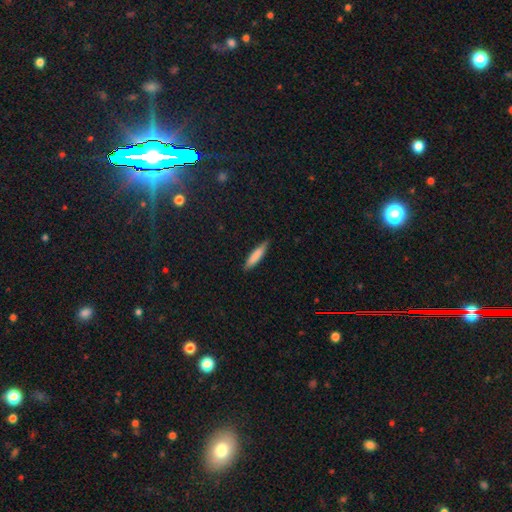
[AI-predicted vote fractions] smooth 81%, featured or disk 14%, star or artifact 6%. Down the decision tree: how rounded — cigar-shaped (85%); merging — none (86%).